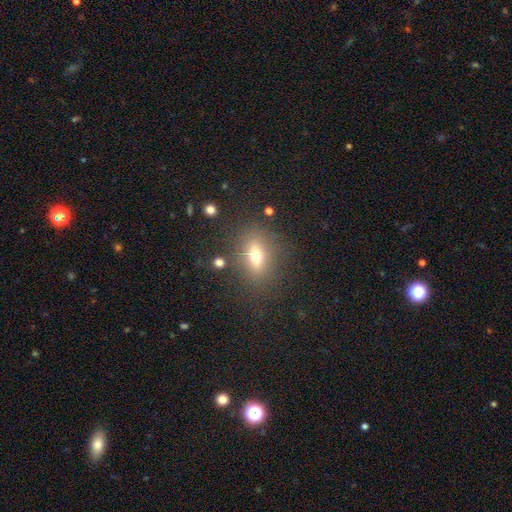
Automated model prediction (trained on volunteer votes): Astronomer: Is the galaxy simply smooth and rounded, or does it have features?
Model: smooth — 65%.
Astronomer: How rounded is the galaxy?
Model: in between — 67%.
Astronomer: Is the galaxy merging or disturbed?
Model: none — 81%.